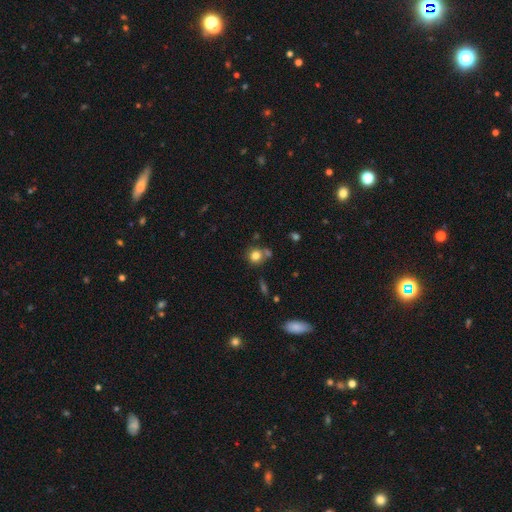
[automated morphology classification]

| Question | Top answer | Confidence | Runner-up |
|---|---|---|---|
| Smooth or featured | smooth | 79% | star or artifact (12%) |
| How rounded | round | 84% | in between (15%) |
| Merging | none | 62% | merger (18%) |